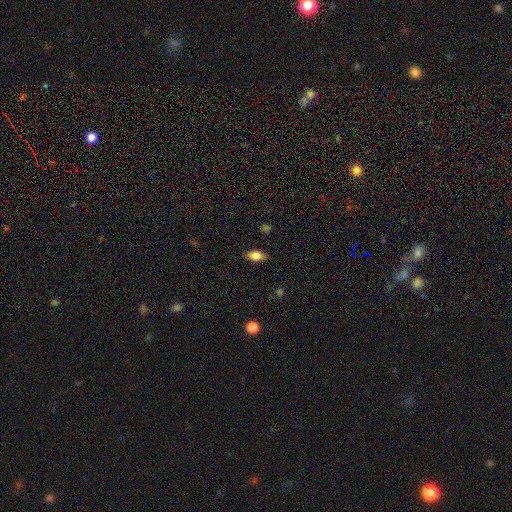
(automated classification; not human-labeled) smooth 73%, featured or disk 19%, star or artifact 8%. Down the decision tree: how rounded — in between (83%); merging — none (84%).